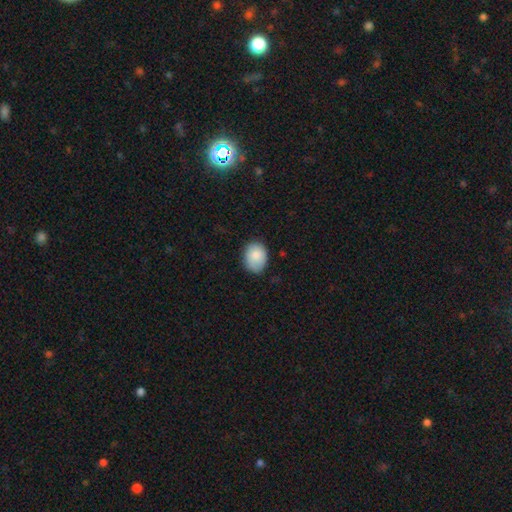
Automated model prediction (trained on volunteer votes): The model was most divided on "how rounded": in between: 57%, round: 42%, cigar-shaped: 1%. More confident: smooth or featured — smooth (83%); merging — none (72%).